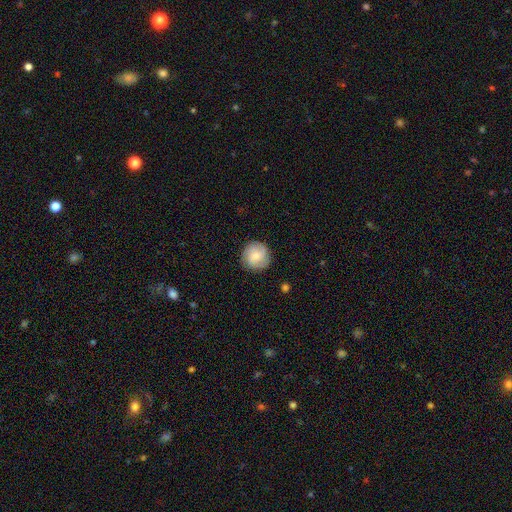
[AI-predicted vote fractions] Smooth or featured?
  - smooth: 55% *
  - featured or disk: 37%
  - star or artifact: 8%
How rounded?
  - round: 93% *
  - in between: 6%
  - cigar-shaped: 1%
Merging?
  - none: 85% *
  - minor disturbance: 10%
  - major disturbance: 3%
  - merger: 1%